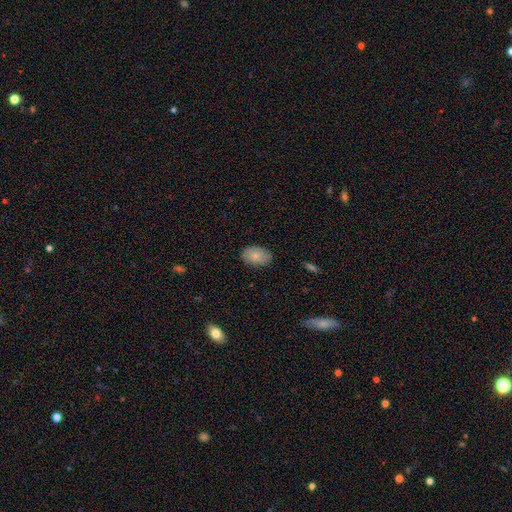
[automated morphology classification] Smooth or featured?
  - smooth: 79% *
  - featured or disk: 14%
  - star or artifact: 7%
How rounded?
  - in between: 88% *
  - round: 11%
  - cigar-shaped: 1%
Merging?
  - none: 83% *
  - minor disturbance: 13%
  - major disturbance: 3%
  - merger: 1%